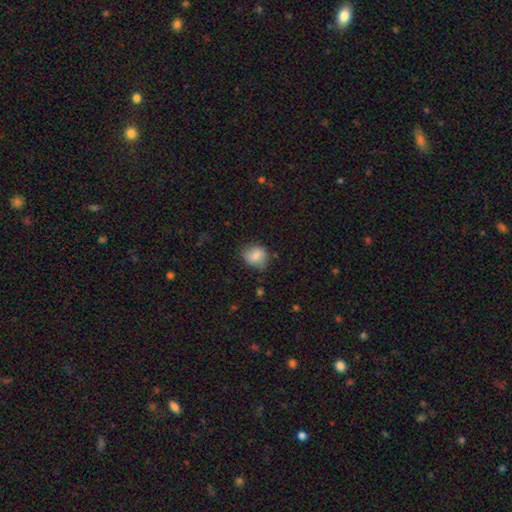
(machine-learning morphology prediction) smooth_or_featured: smooth (p=0.77) [alt: featured or disk p=0.15]
how_rounded: round (p=0.62) [alt: in between p=0.37]
merging: none (p=0.60) [alt: minor disturbance p=0.30]